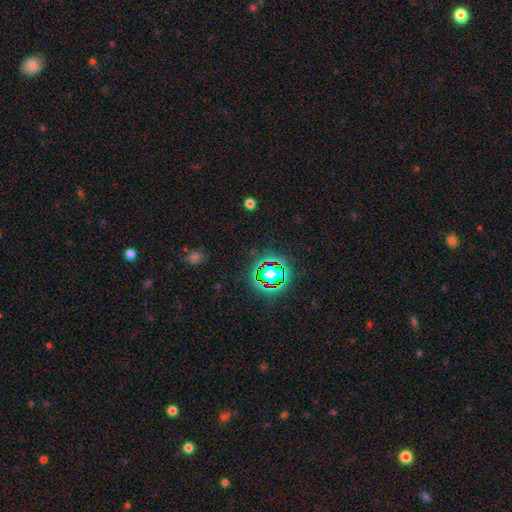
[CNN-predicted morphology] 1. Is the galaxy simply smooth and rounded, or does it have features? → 76% star or artifact, 16% smooth, 8% featured or disk.